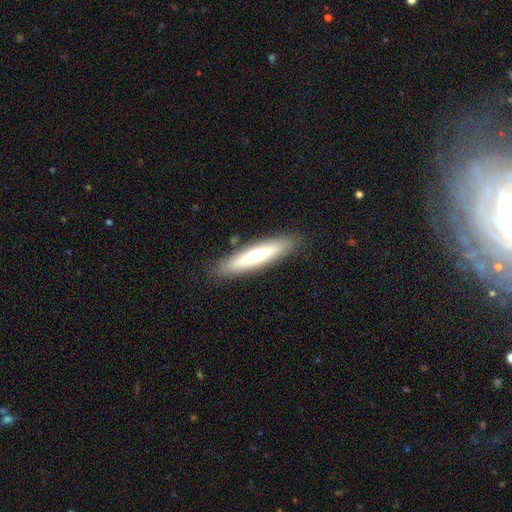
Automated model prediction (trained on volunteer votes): Smooth or featured: smooth — 56% (featured or disk — 38%)
How rounded: cigar-shaped — 81% (in between — 17%)
Merging: none — 88% (minor disturbance — 9%)